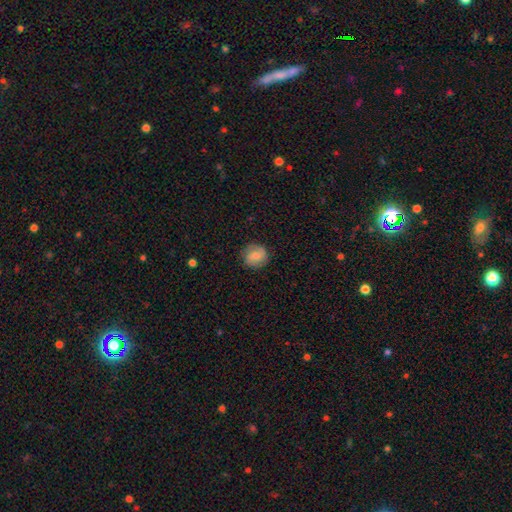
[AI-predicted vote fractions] smooth-or-featured: smooth: 66% | featured or disk: 26% | star or artifact: 8%
  how-rounded: round: 86% | in between: 13% | cigar-shaped: 1%
  merging: none: 84% | minor disturbance: 11% | major disturbance: 3% | merger: 1%